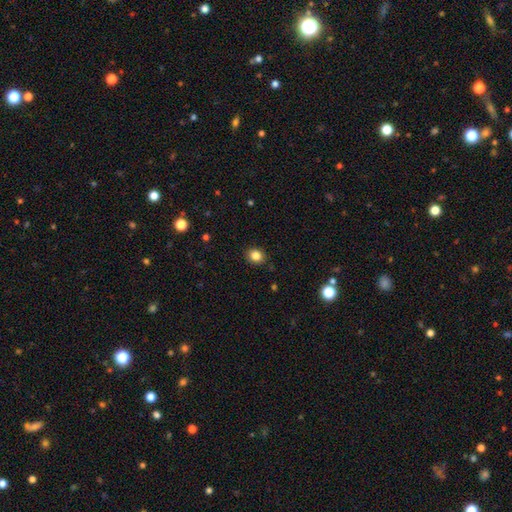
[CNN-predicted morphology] smooth_or_featured: smooth (p=0.84) [alt: star or artifact p=0.11]
how_rounded: round (p=0.66) [alt: in between p=0.33]
merging: none (p=0.89) [alt: minor disturbance p=0.07]